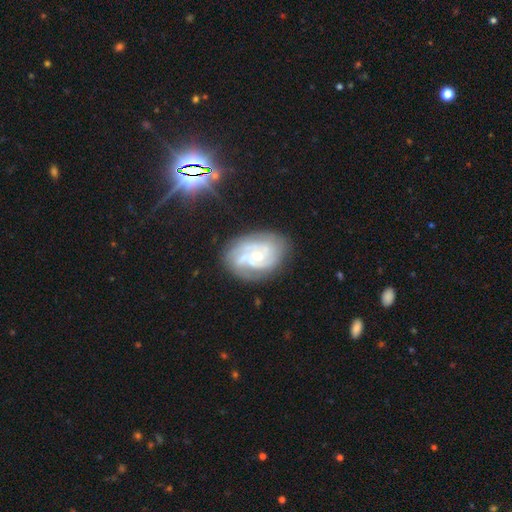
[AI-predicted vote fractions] This appears to be a featured or disk galaxy (83%) with no bar (68%), 3 (33%) tight (62%) spiral arms (96%) and a small central bulge (61%). Merging: none (72%).